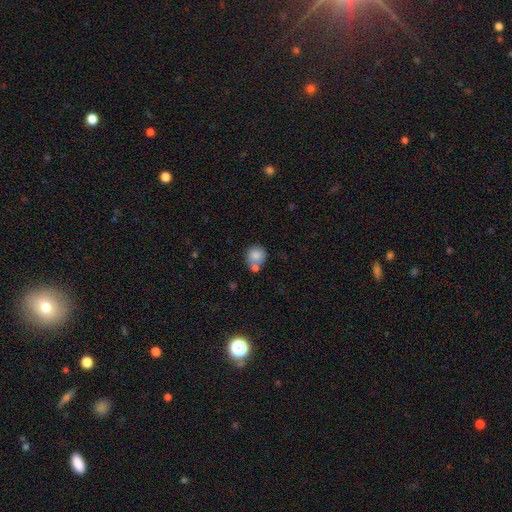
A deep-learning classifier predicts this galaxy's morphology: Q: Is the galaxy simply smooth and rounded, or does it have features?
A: smooth — 81%.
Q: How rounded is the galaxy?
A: round — 83%.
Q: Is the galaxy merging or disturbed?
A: none — 51%.